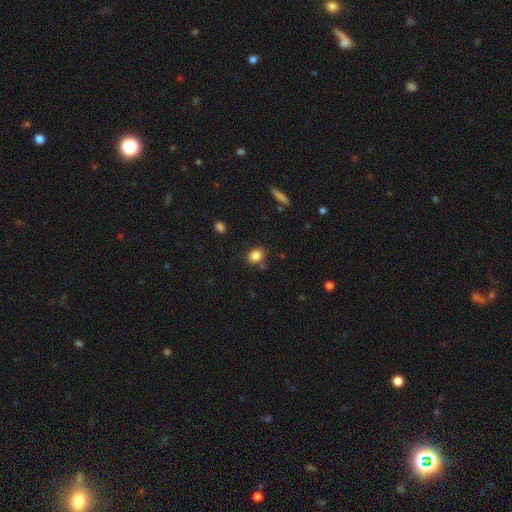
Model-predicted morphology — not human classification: Smooth or featured? smooth (84%)
How rounded? in between (56%)
Merging? none (79%)